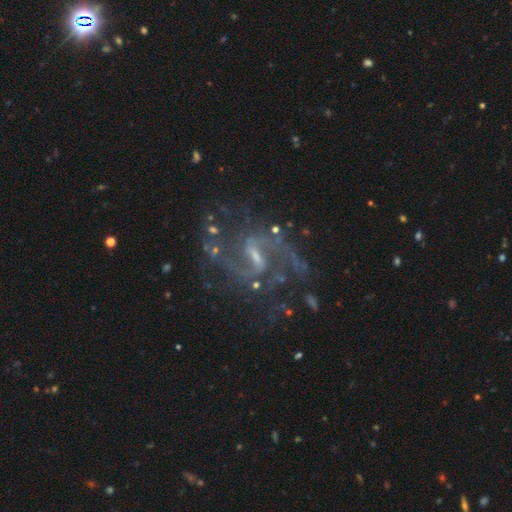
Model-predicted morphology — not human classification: Overall: featured or disk (90%). Edge-on disk: no (98%). Bar: weak (55%; strong 34%). Spiral arms: yes (97%). Spiral arm count: 2 (86%). Spiral winding: medium (53%; loose 34%). Bulge size: small (62%; moderate 23%). Merging: none (66%).